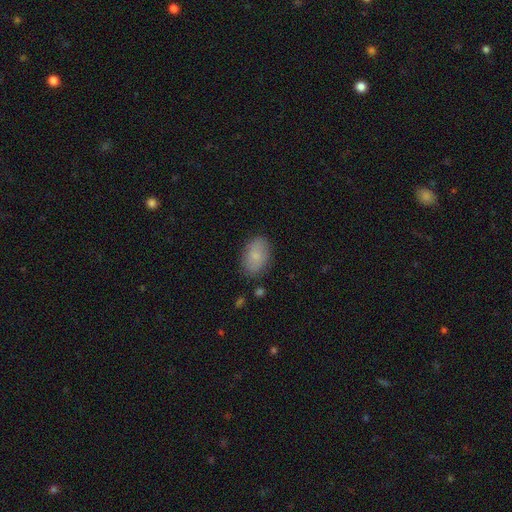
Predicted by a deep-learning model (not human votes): Smooth or featured: smooth — 78% (featured or disk — 15%)
How rounded: in between — 88% (round — 10%)
Merging: none — 83% (minor disturbance — 12%)